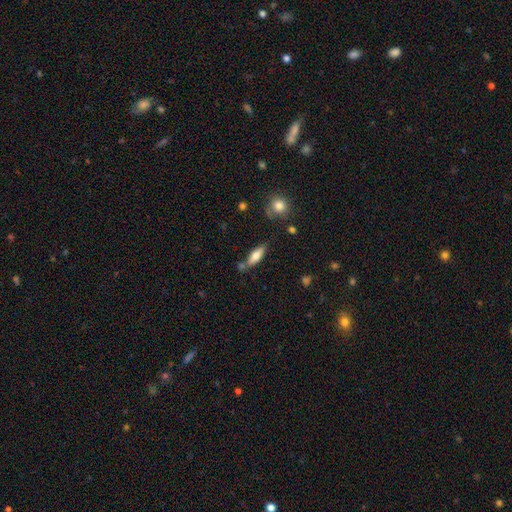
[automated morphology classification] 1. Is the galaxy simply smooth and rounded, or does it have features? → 67% smooth, 26% featured or disk, 7% star or artifact.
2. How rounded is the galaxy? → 52% in between, 45% cigar-shaped, 2% round.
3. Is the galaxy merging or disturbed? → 67% none, 17% minor disturbance, 12% merger, 4% major disturbance.